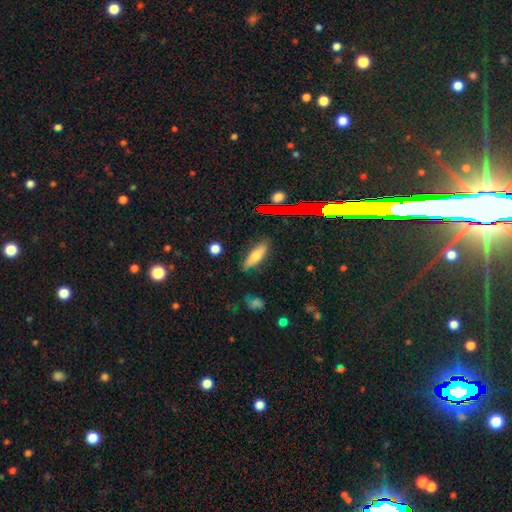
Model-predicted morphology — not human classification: This is likely a smooth galaxy (64%). How rounded: possibly cigar-shaped (50%). Merging: clearly none (81%).